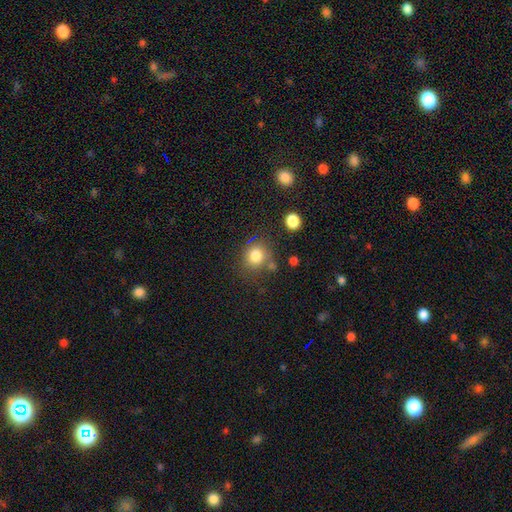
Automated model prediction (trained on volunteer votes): This is clearly a smooth galaxy (81%). How rounded: clearly round (82%). Merging: likely none (72%).